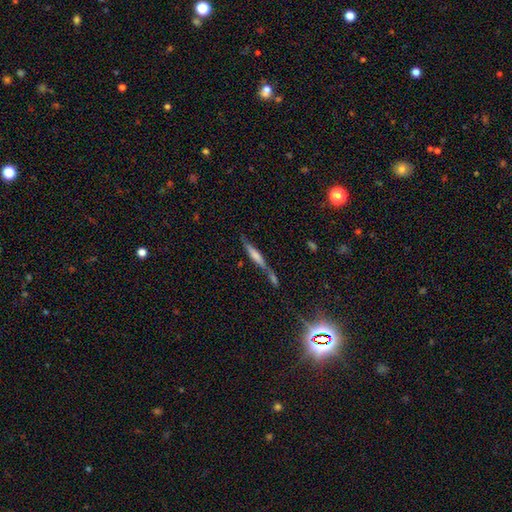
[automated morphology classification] This is possibly a smooth galaxy (46%). Merging: possibly none (49%).